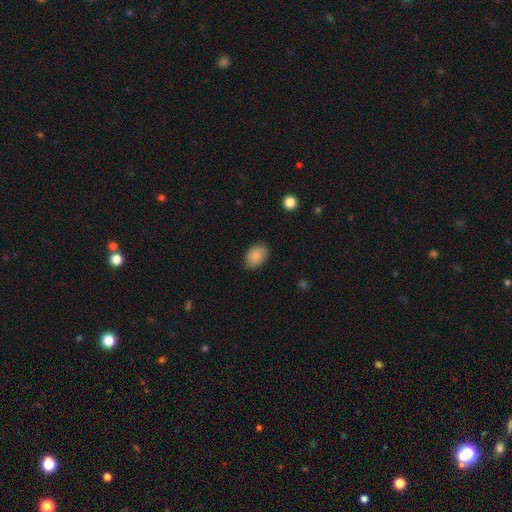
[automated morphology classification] Smooth or featured? Predicted: smooth (p=0.87). How rounded? Predicted: in between (p=0.83). Merging? Predicted: none (p=0.80).